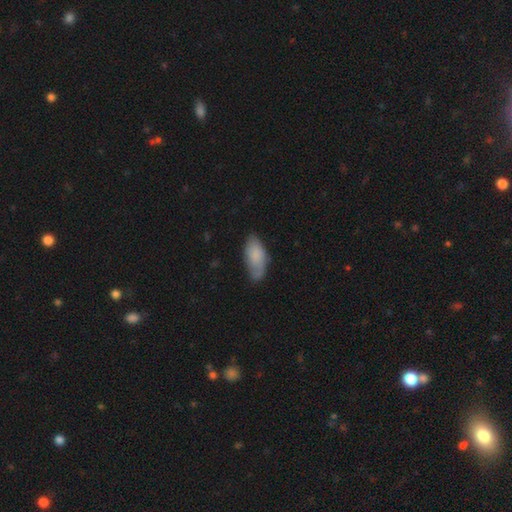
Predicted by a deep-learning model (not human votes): A smooth galaxy with no disk features (80%) that is in between round and cigar-shaped (90%).

Vote fractions:
- Smooth or featured? smooth: 80% / featured or disk: 14% / star or artifact: 6%
- How rounded? in between: 90% / cigar-shaped: 8% / round: 2%
- Merging? none: 62% / minor disturbance: 29% / major disturbance: 7% / merger: 2%